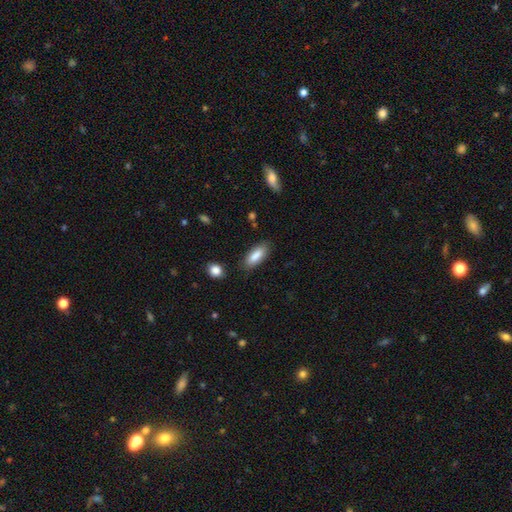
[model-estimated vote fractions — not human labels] Smooth or featured?
  - smooth: 85% *
  - featured or disk: 8%
  - star or artifact: 7%
How rounded?
  - in between: 70% *
  - cigar-shaped: 28%
  - round: 2%
Merging?
  - none: 83% *
  - minor disturbance: 12%
  - major disturbance: 3%
  - merger: 2%